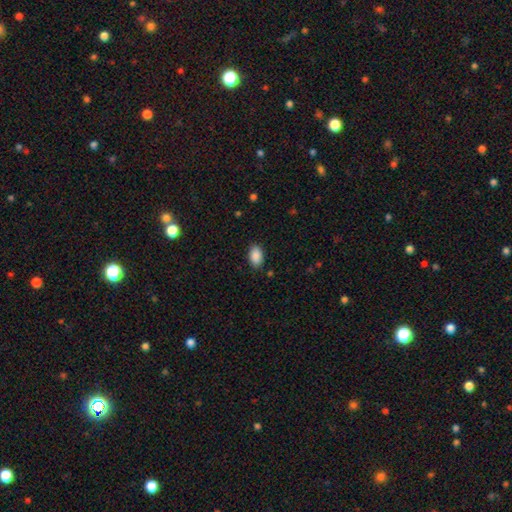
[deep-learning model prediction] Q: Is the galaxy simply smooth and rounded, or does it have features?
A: smooth — 90%.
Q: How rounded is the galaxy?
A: in between — 92%.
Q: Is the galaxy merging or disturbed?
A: none — 87%.